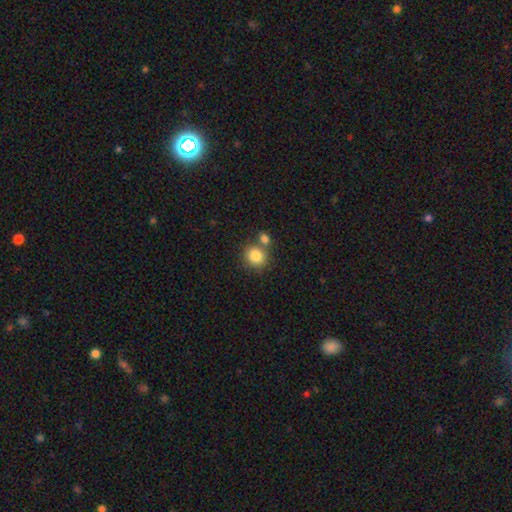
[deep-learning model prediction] smooth_or_featured: smooth (p=0.84) [alt: star or artifact p=0.09]
how_rounded: round (p=0.82) [alt: in between p=0.17]
merging: none (p=0.58) [alt: merger p=0.29]